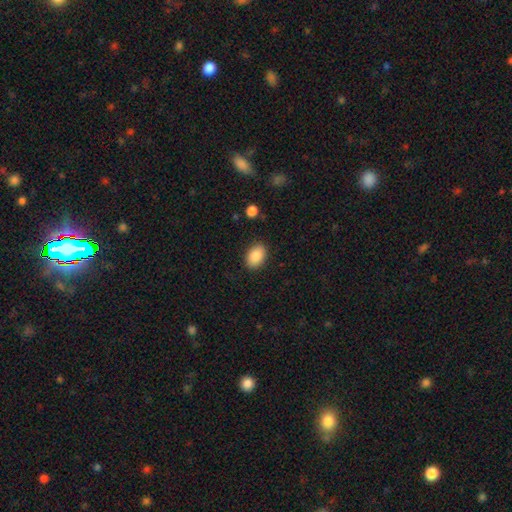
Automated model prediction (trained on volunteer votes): This appears to be a smooth galaxy with no disk features (88%) that is in between round and cigar-shaped (85%). Merging: none (87%).